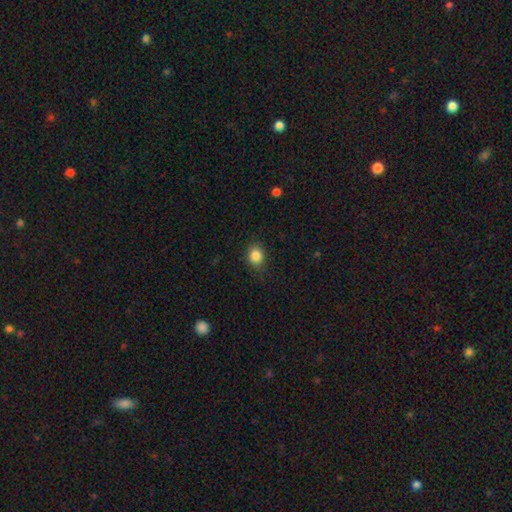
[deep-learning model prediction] Morphology: type=smooth (86%); roundness=round (59%); merging=none (83%).